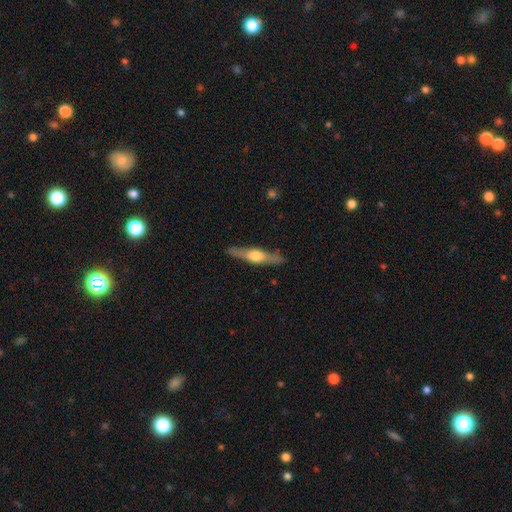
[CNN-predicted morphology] Q: Smooth or featured?
A: featured or disk (64%); runner-up: smooth (31%)
Q: Edge-on disk?
A: yes (95%); runner-up: no (5%)
Q: Edge-on bulge?
A: rounded (92%); runner-up: boxy (5%)
Q: Merging?
A: none (88%); runner-up: minor disturbance (9%)